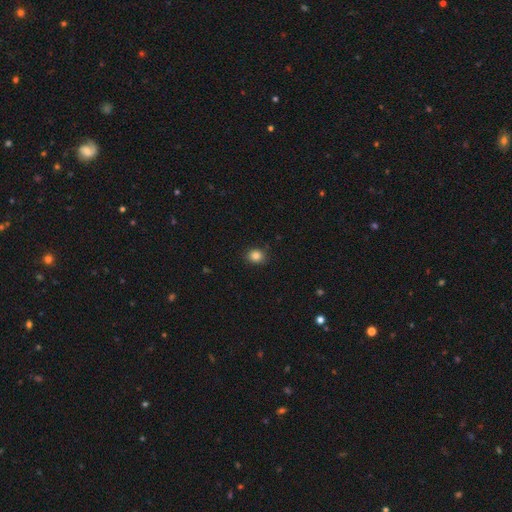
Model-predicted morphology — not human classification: Overall: smooth (85%). How rounded: round (69%; in between 31%). Merging: none (86%).